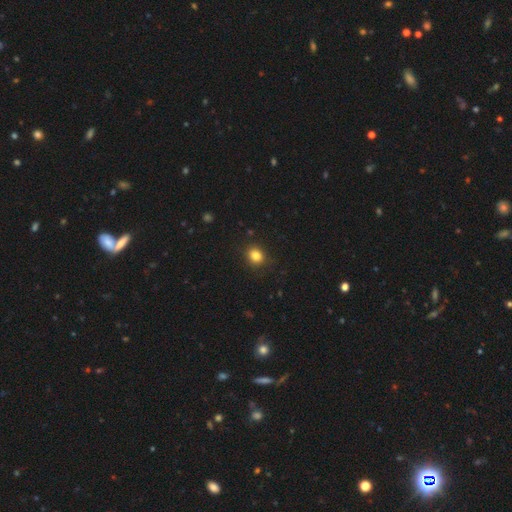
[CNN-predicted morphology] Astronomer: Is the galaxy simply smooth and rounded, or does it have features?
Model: smooth — 84%.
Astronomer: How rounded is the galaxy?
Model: round — 66%.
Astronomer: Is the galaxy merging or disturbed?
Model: none — 88%.